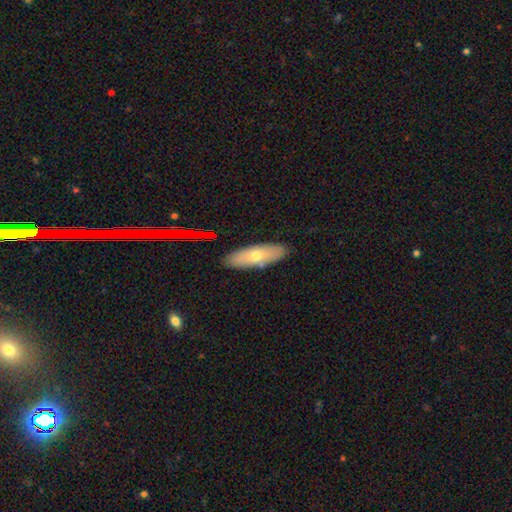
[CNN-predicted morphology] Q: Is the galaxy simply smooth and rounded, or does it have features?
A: smooth — 61%.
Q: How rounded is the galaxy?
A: in between — 58%.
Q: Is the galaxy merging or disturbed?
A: none — 87%.